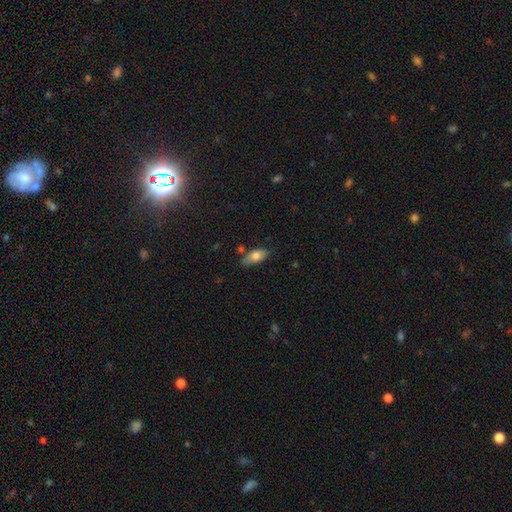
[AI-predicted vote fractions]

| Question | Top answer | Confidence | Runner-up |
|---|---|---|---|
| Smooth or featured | smooth | 77% | featured or disk (16%) |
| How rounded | in between | 85% | cigar-shaped (12%) |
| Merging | none | 69% | minor disturbance (22%) |